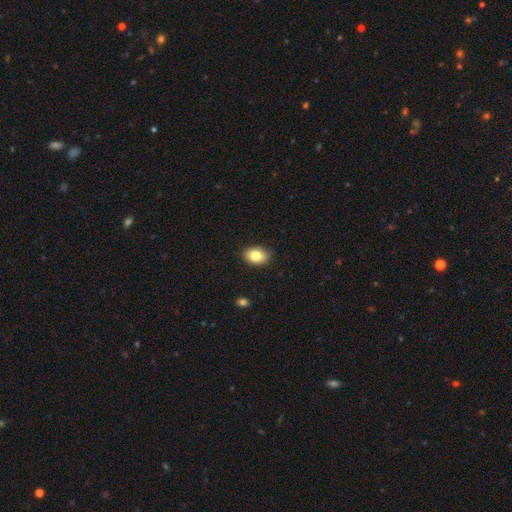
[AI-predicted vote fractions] This is clearly a smooth galaxy (80%). How rounded: clearly in between (82%). Merging: clearly none (81%).